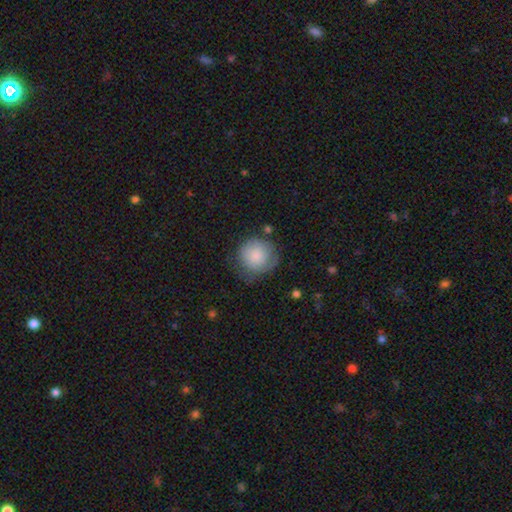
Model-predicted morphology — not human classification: Overall: smooth (76%). How rounded: round (90%). Merging: none (57%; minor disturbance 29%).